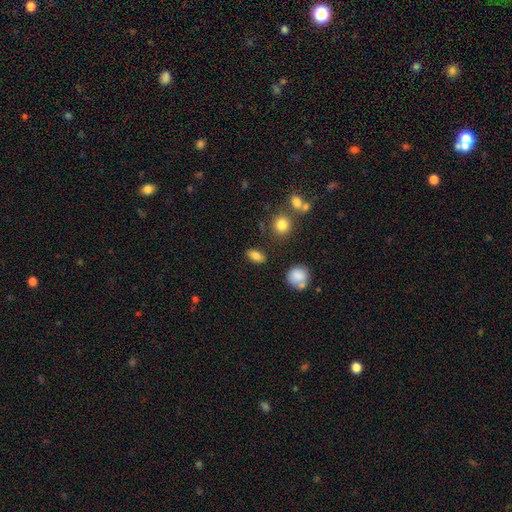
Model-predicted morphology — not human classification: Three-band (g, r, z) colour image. It shows a smooth galaxy with no disk features (82%) that is in between round and cigar-shaped (83%). Merging: none (84%).